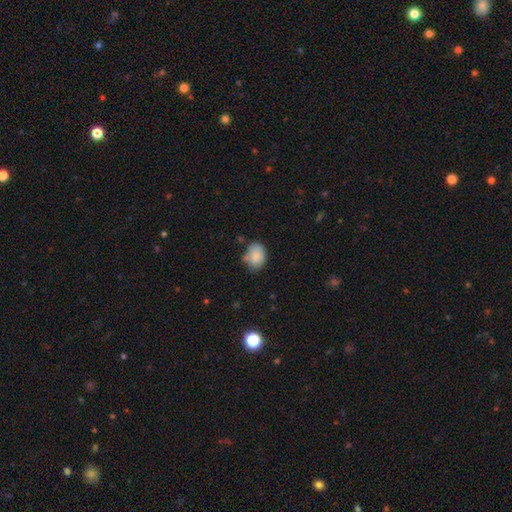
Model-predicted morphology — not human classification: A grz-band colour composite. It shows a smooth galaxy with no disk features (85%) that is in between round and cigar-shaped (66%). Merging: none (61%).